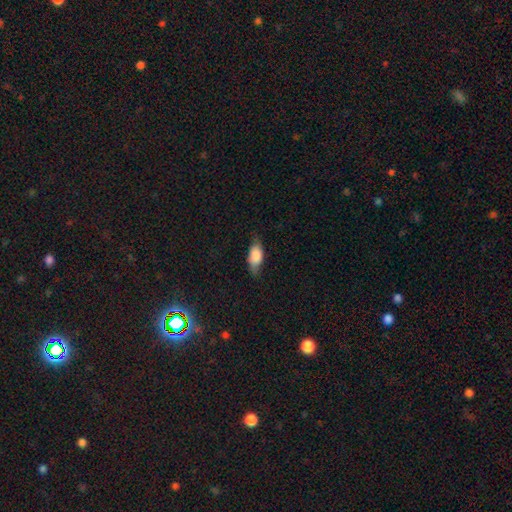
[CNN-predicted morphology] Smooth or featured? Predicted: smooth (p=0.79). How rounded? Predicted: in between (p=0.86). Merging? Predicted: none (p=0.65).